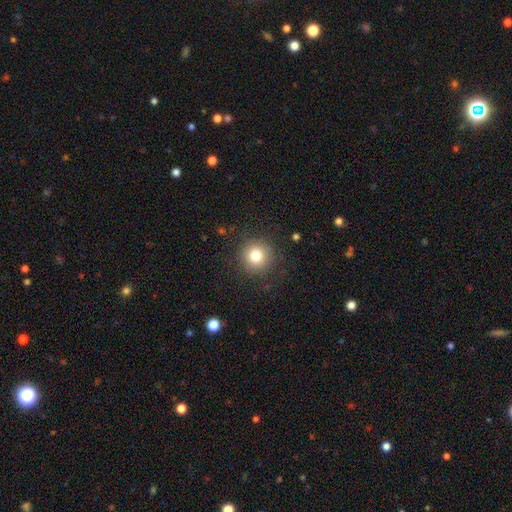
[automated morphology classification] smooth_or_featured: smooth (p=0.80) [alt: star or artifact p=0.12]
how_rounded: round (p=0.95) [alt: in between p=0.04]
merging: none (p=0.88) [alt: minor disturbance p=0.07]